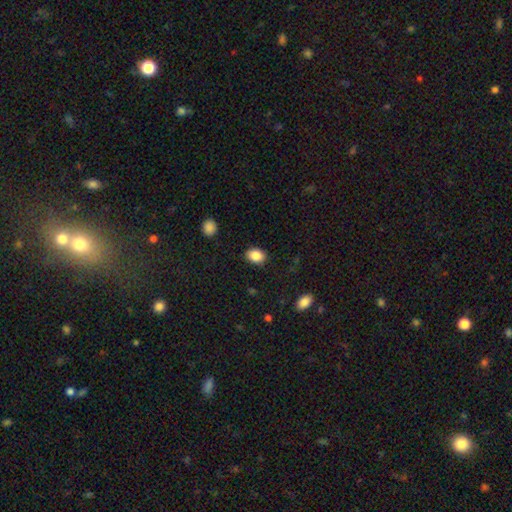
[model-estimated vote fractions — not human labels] smooth_or_featured: smooth (p=0.87) [alt: star or artifact p=0.08]
how_rounded: in between (p=0.68) [alt: round p=0.31]
merging: none (p=0.86) [alt: minor disturbance p=0.10]